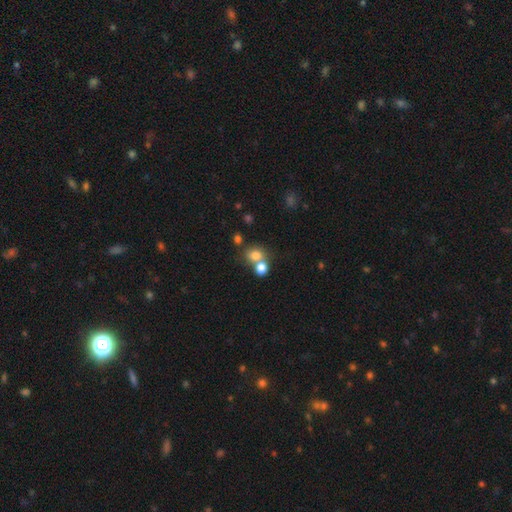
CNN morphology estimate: A smooth galaxy with no disk features (77%) that is round (60%). Merging: merger (44%).